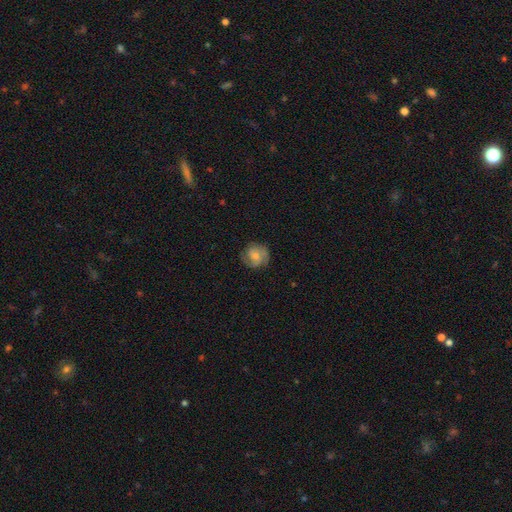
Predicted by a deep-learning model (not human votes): Morphology: type=featured or disk (57%); edge-on=no (97%); bar=no (53%); spiral arms=yes (89%); bulge=small (47%); merging=none (75%).